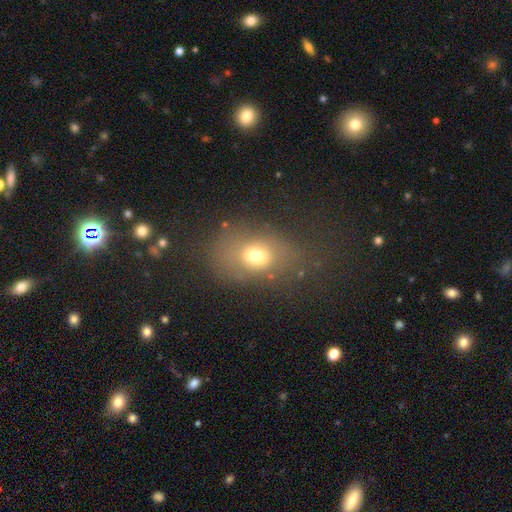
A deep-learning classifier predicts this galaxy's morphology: smooth_or_featured: smooth (p=0.67) [alt: featured or disk p=0.17]
how_rounded: in between (p=0.58) [alt: round p=0.41]
merging: none (p=0.54) [alt: major disturbance p=0.21]